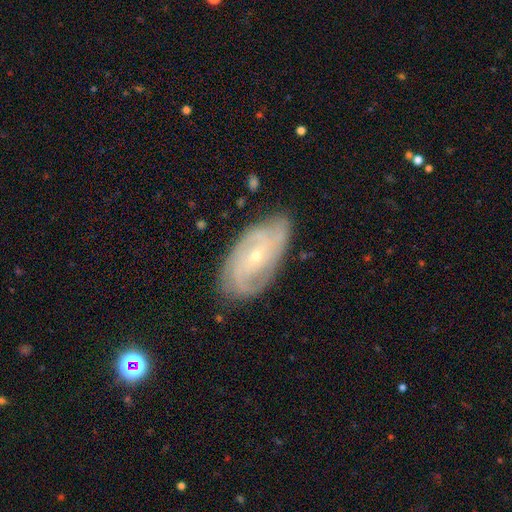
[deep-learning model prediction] Smooth or featured? featured or disk (84%)
Edge-on disk? no (95%)
Bar? no (58%)
Spiral arms? yes (95%)
Spiral winding? tight (57%)
Spiral arm count? 2 (28%, tied with can't tell)
Bulge size? small (77%)
Merging? none (77%)